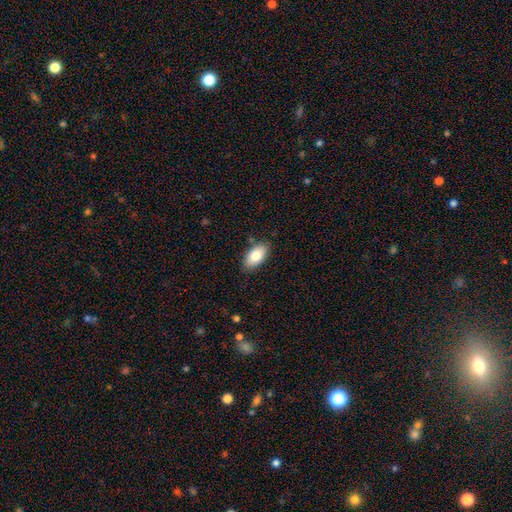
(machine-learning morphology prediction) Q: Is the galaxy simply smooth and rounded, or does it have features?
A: smooth — 81%.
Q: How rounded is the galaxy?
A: in between — 93%.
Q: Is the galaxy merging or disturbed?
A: none — 84%.